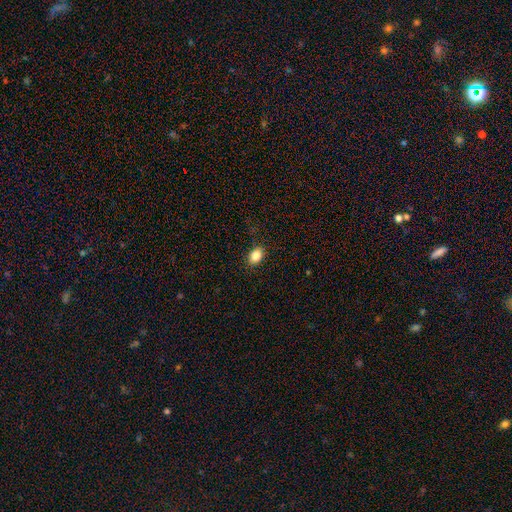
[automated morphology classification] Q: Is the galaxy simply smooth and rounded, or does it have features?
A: smooth — 85%.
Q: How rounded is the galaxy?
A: in between — 71%.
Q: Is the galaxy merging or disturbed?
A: none — 86%.